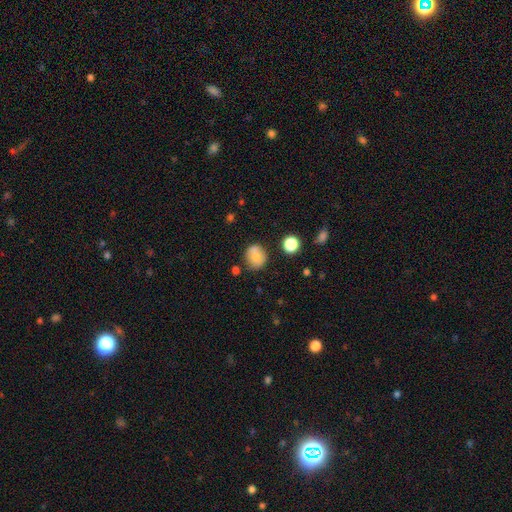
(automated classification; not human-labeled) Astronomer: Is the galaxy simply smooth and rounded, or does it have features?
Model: smooth — 73%.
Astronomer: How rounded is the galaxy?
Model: round — 81%.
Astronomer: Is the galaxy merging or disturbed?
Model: none — 68%.